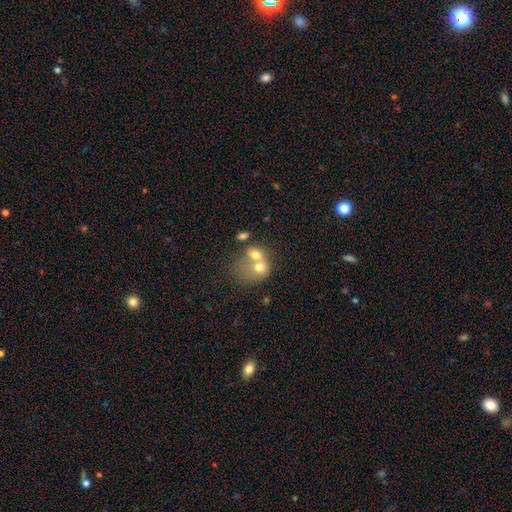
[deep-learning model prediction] This is likely a smooth galaxy (62%). How rounded: possibly round (52%). Merging: likely merger (73%).